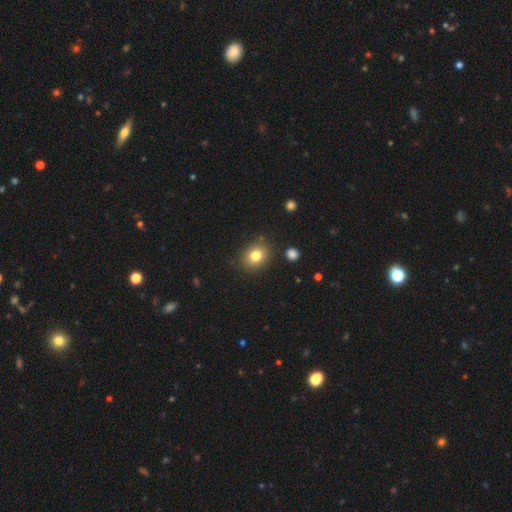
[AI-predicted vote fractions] A smooth galaxy with no disk features (80%) that is round (59%).

Vote fractions:
- Smooth or featured? smooth: 80% / star or artifact: 11% / featured or disk: 9%
- How rounded? round: 59% / in between: 40% / cigar-shaped: 1%
- Merging? none: 85% / minor disturbance: 9% / major disturbance: 3% / merger: 3%